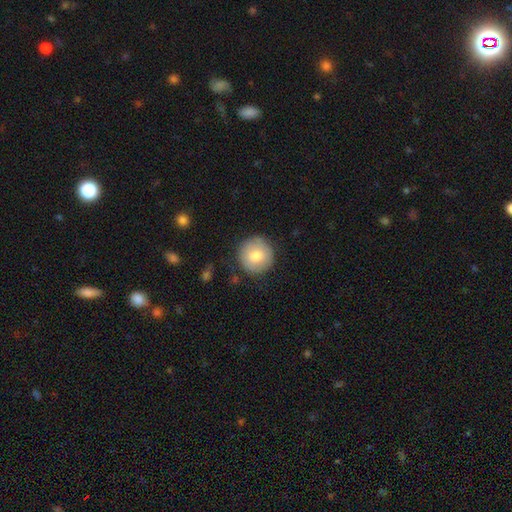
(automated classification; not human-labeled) Overall: smooth (79%). How rounded: round (95%). Merging: none (84%).